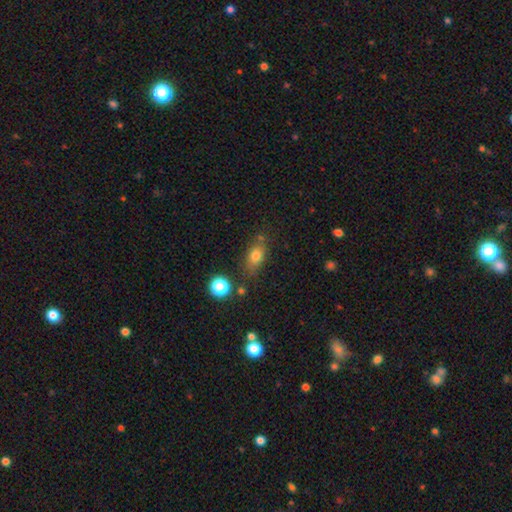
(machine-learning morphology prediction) This appears to be a smooth galaxy with no disk features (76%) that is in between round and cigar-shaped (74%). Merging: none (70%).